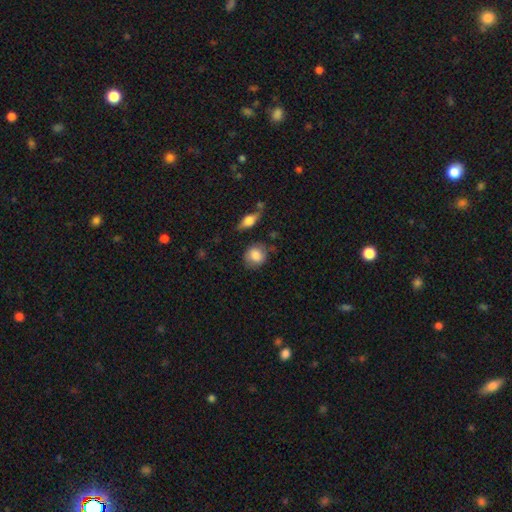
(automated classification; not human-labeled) Smooth or featured?
  - smooth: 82% *
  - featured or disk: 11%
  - star or artifact: 7%
How rounded?
  - round: 73% *
  - in between: 26%
  - cigar-shaped: 2%
Merging?
  - none: 68% *
  - minor disturbance: 21%
  - major disturbance: 6%
  - merger: 5%